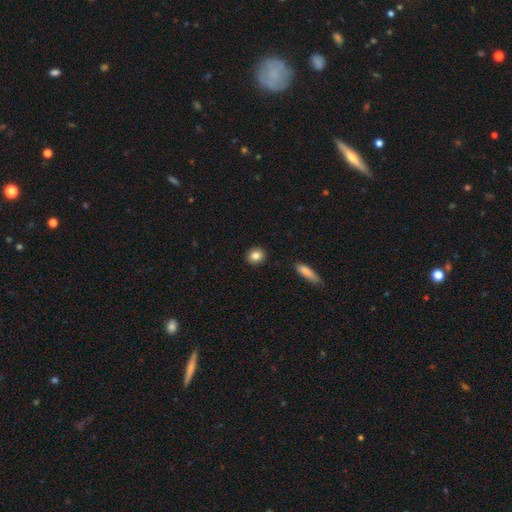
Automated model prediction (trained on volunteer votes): smooth-or-featured: smooth: 85% | star or artifact: 8% | featured or disk: 7%
  how-rounded: round: 72% | in between: 27% | cigar-shaped: 2%
  merging: none: 91% | minor disturbance: 6% | major disturbance: 2% | merger: 1%